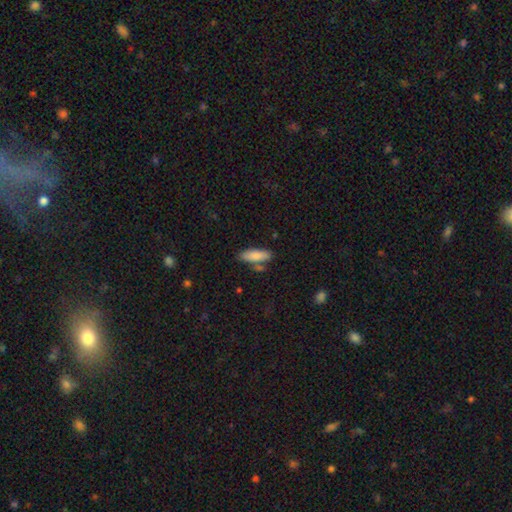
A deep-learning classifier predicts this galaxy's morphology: This appears to be a smooth galaxy with no disk features (85%) that is in between round and cigar-shaped (58%). Merging: none (71%).